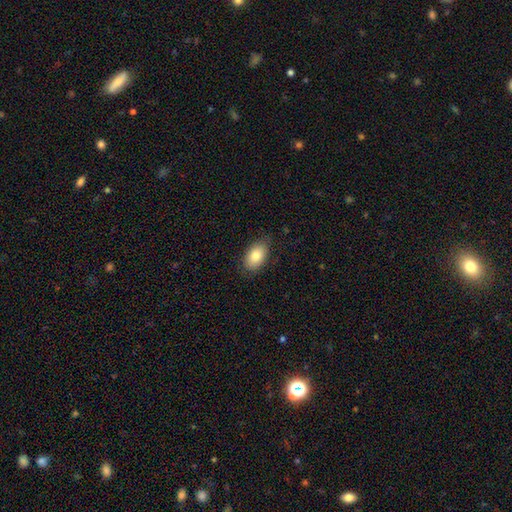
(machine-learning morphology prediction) Smooth or featured? smooth (82%)
How rounded? in between (93%)
Merging? none (84%)